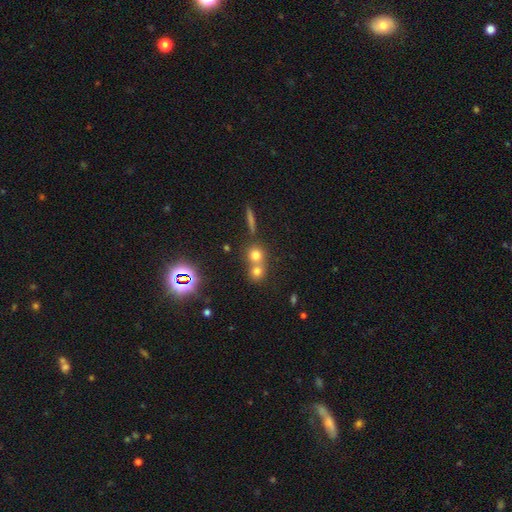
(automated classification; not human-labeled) Q: Smooth or featured?
A: smooth (70%); runner-up: star or artifact (17%)
Q: How rounded?
A: round (85%); runner-up: in between (13%)
Q: Merging?
A: merger (51%); runner-up: none (42%)